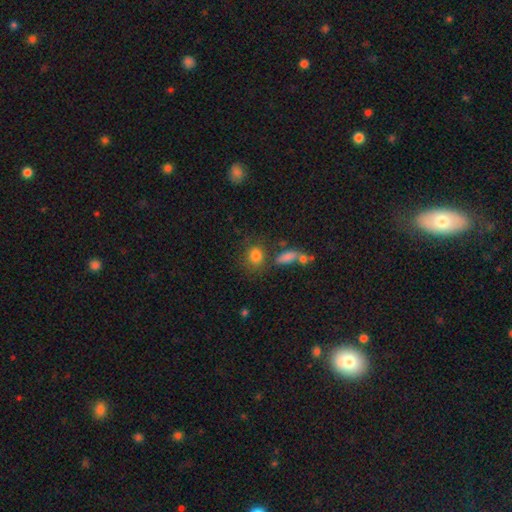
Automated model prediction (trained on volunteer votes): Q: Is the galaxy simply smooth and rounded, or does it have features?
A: smooth — 80%.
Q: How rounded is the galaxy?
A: round — 61%.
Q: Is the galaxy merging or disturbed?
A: none — 66%.